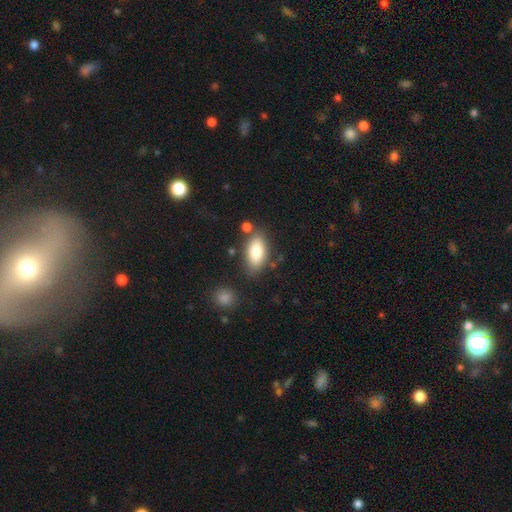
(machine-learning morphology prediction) smooth-or-featured: smooth: 82% | featured or disk: 12% | star or artifact: 7%
  how-rounded: in between: 90% | cigar-shaped: 7% | round: 4%
  merging: none: 75% | minor disturbance: 14% | merger: 7% | major disturbance: 4%